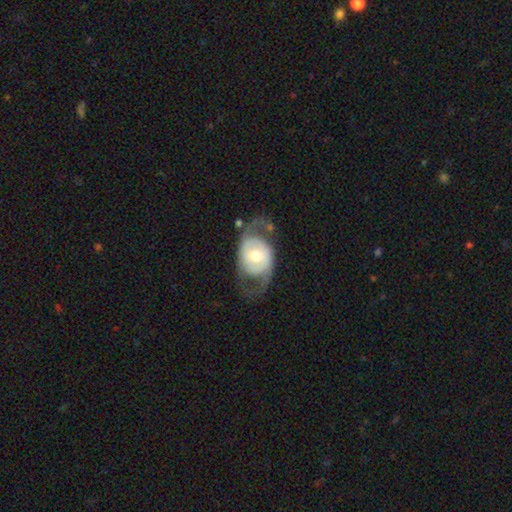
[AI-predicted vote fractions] featured or disk 70%, smooth 25%, star or artifact 5%. Down the decision tree: edge-on disk — no (94%); bar — no (61%); spiral arms — yes (64%); bulge size — moderate (68%); merging — none (57%).